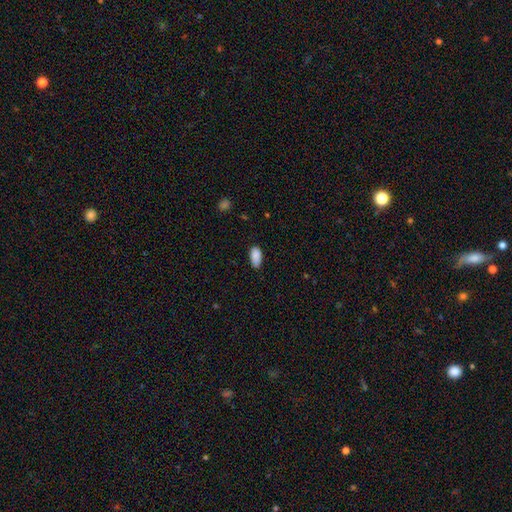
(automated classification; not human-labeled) The model was most divided on "merging": none: 76%, minor disturbance: 20%, major disturbance: 3%, merger: 1%. More confident: how rounded — in between (92%); smooth or featured — smooth (89%).